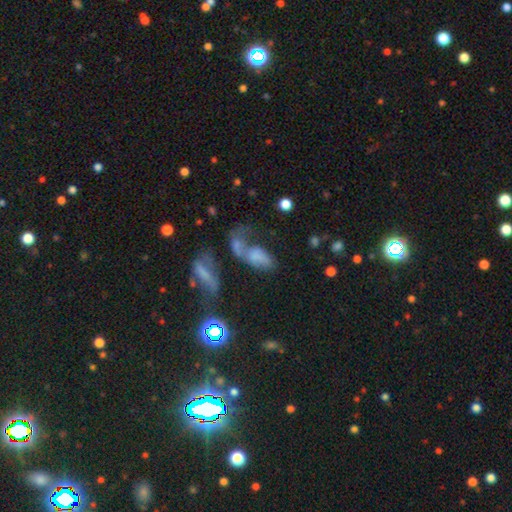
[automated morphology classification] Overall: smooth (58%; featured or disk 22%). How rounded: in between (84%). Merging: merger (52%; none 20%).